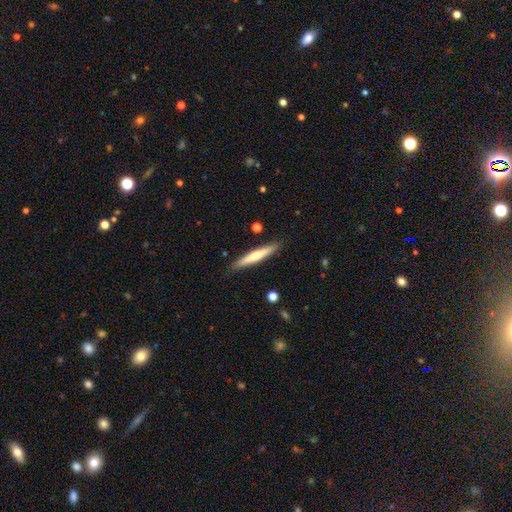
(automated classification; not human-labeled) Q: Smooth or featured?
A: smooth (53%); runner-up: featured or disk (42%)
Q: How rounded?
A: cigar-shaped (93%); runner-up: in between (6%)
Q: Merging?
A: none (88%); runner-up: minor disturbance (9%)